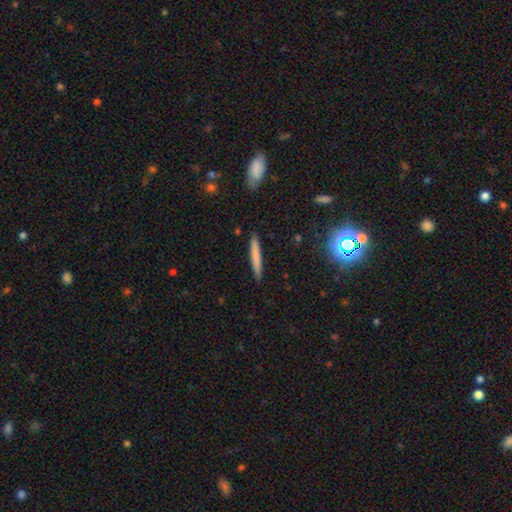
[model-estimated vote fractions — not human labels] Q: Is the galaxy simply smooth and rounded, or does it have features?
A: smooth — 70%.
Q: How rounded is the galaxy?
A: cigar-shaped — 95%.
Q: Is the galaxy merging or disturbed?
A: none — 89%.